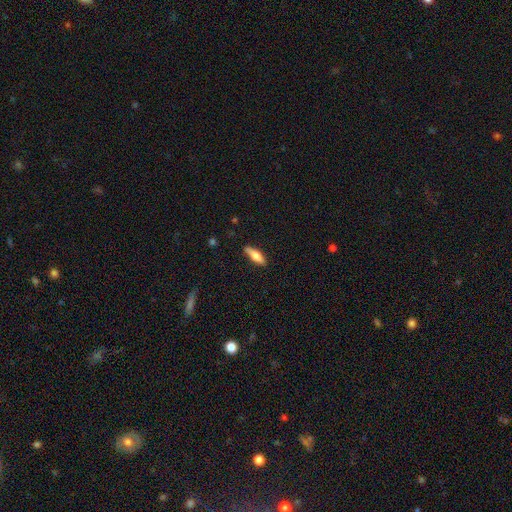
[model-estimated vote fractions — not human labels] smooth_or_featured: smooth (p=0.65) [alt: featured or disk p=0.29]
how_rounded: cigar-shaped (p=0.49) [alt: in between p=0.48]
merging: none (p=0.85) [alt: minor disturbance p=0.12]